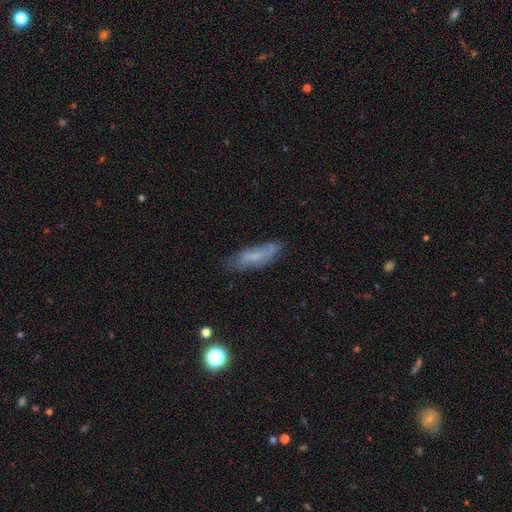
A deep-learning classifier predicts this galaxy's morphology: smooth_or_featured: smooth (p=0.53) [alt: featured or disk p=0.37]
how_rounded: cigar-shaped (p=0.51) [alt: in between p=0.47]
merging: none (p=0.64) [alt: minor disturbance p=0.25]